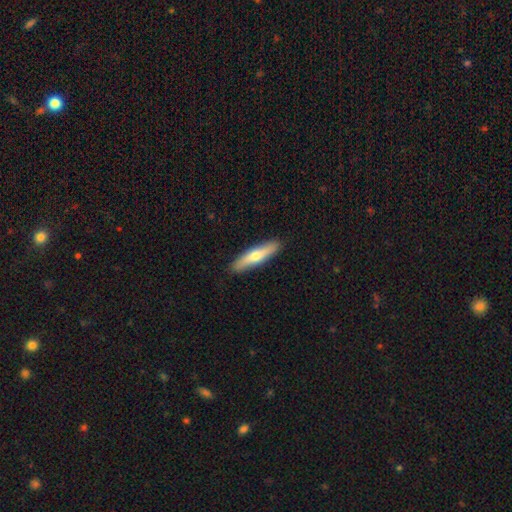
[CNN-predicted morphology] This appears to be a smooth galaxy with no disk features (56%) that is cigar-shaped (83%). Merging: none (90%).